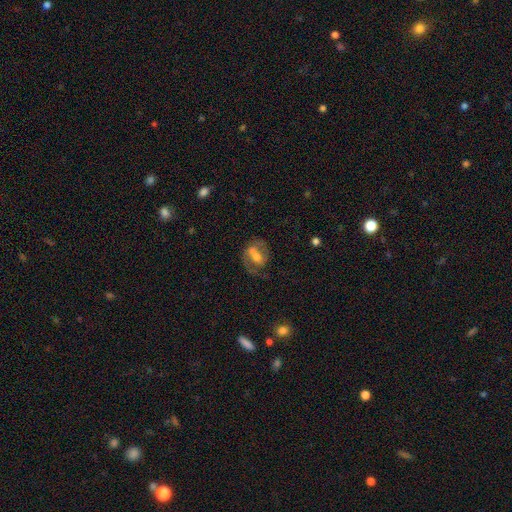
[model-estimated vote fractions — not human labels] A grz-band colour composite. It shows a featured or disk galaxy (56%) with no bar (37%), spiral arms (52%) and a moderate central bulge (59%). Merging: none (48%).